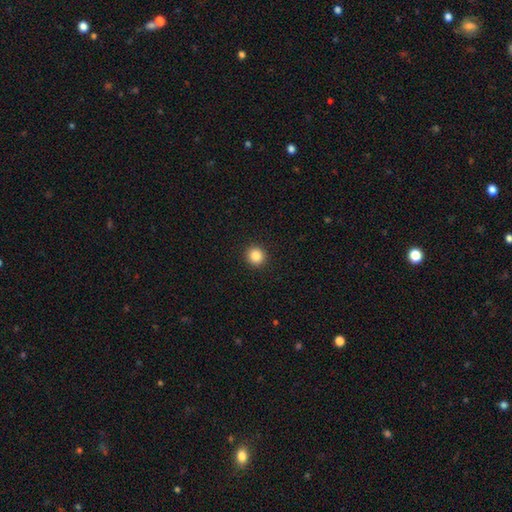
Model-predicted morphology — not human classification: This appears to be a smooth galaxy with no disk features (86%) that is round (93%). Merging: none (93%).